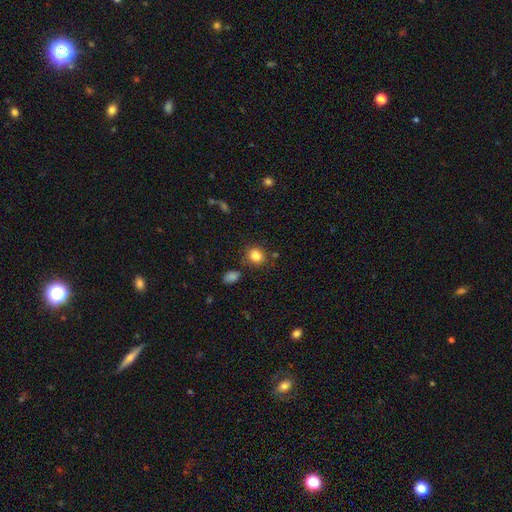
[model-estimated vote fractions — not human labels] This is clearly a smooth galaxy (83%). How rounded: likely round (71%). Merging: likely none (78%).